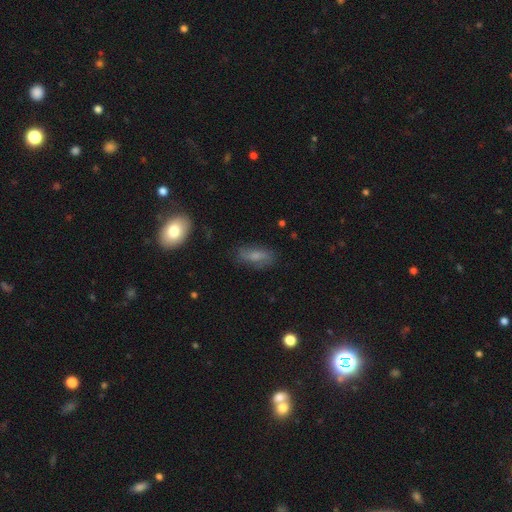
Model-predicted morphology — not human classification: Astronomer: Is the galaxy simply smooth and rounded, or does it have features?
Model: smooth — 60%.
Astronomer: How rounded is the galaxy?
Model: in between — 76%.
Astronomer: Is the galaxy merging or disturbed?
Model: none — 71%.